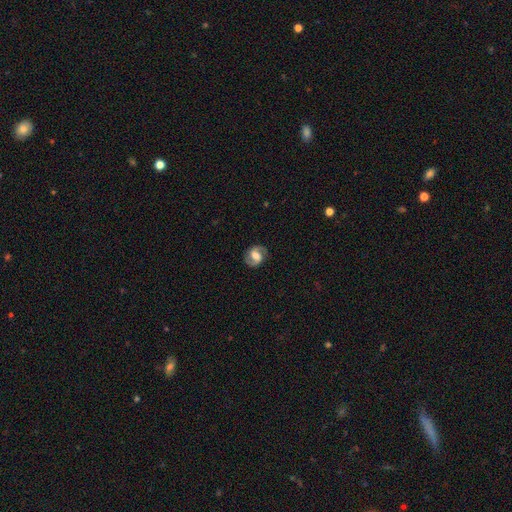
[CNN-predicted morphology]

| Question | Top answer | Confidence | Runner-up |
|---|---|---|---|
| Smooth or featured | featured or disk | 78% | smooth (15%) |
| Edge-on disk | no | 98% | yes (2%) |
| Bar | weak | 48% | no (28%) |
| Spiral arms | yes | 94% | no (6%) |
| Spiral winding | medium | 53% | tight (25%) |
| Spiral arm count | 2 | 92% | can't tell (3%) |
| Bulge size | moderate | 55% | large (27%) |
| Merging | none | 85% | minor disturbance (11%) |